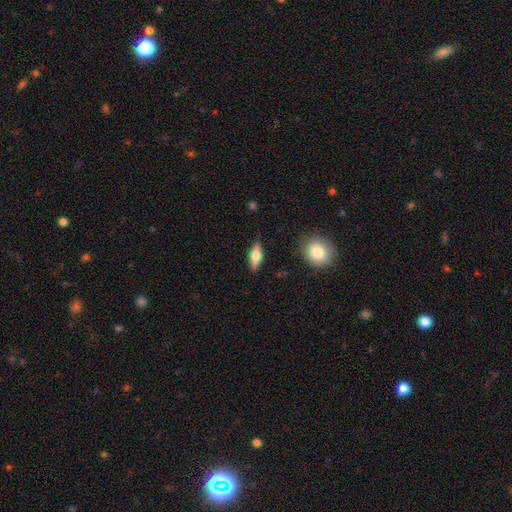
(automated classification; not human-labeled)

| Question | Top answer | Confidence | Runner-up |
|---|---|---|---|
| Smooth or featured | smooth | 57% | featured or disk (37%) |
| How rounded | in between | 65% | cigar-shaped (31%) |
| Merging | none | 87% | minor disturbance (9%) |